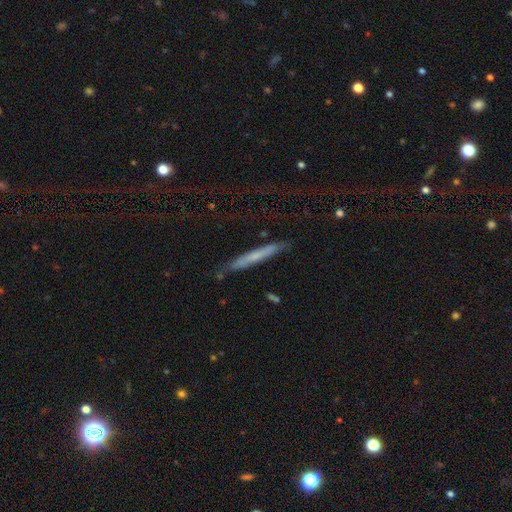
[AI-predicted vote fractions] Q: Smooth or featured?
A: smooth (48%); runner-up: featured or disk (43%)
Q: Merging?
A: none (81%); runner-up: minor disturbance (14%)